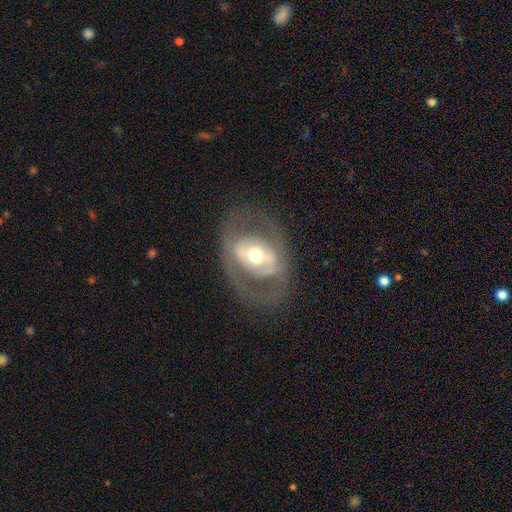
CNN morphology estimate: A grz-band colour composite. It shows a featured or disk galaxy (71%) with no bar (43%), no spiral arms (63%) and a moderate central bulge (68%). Merging: none (70%).